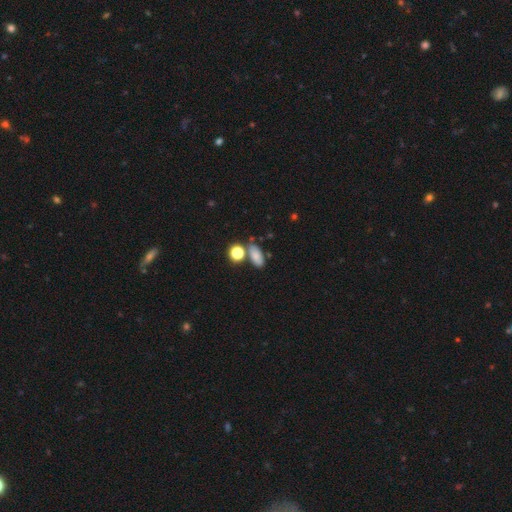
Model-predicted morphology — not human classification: A smooth galaxy with no disk features (78%) that is in between round and cigar-shaped (83%).

Vote fractions:
- Smooth or featured? smooth: 78% / star or artifact: 13% / featured or disk: 9%
- How rounded? in between: 83% / round: 12% / cigar-shaped: 6%
- Merging? none: 66% / merger: 15% / minor disturbance: 14% / major disturbance: 5%